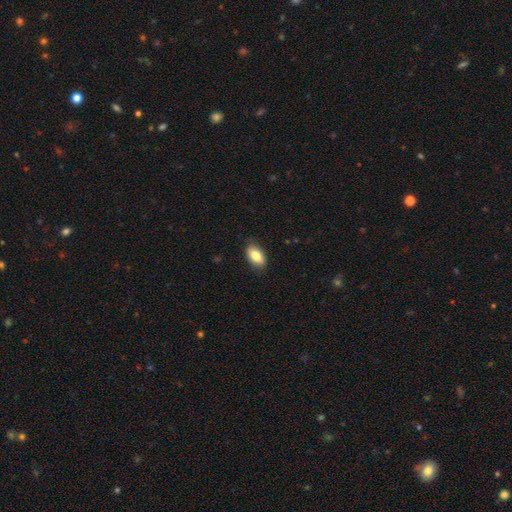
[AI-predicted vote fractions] A smooth galaxy with no disk features (82%) that is in between round and cigar-shaped (92%). Merging: none (85%).